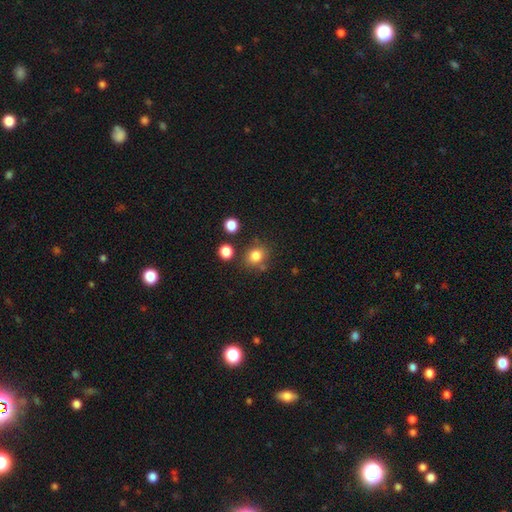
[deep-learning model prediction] This is clearly a smooth galaxy (81%). How rounded: likely round (72%). Merging: likely none (74%).